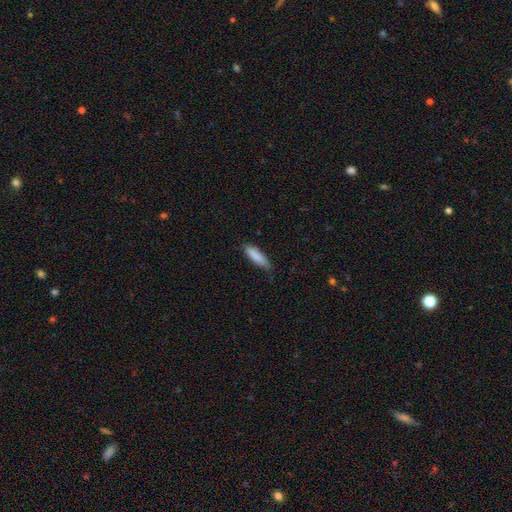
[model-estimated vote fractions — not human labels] A smooth galaxy with no disk features (86%) that is cigar-shaped (63%).

Vote fractions:
- Smooth or featured? smooth: 86% / featured or disk: 8% / star or artifact: 6%
- How rounded? cigar-shaped: 63% / in between: 36% / round: 1%
- Merging? none: 76% / minor disturbance: 20% / major disturbance: 3% / merger: 1%